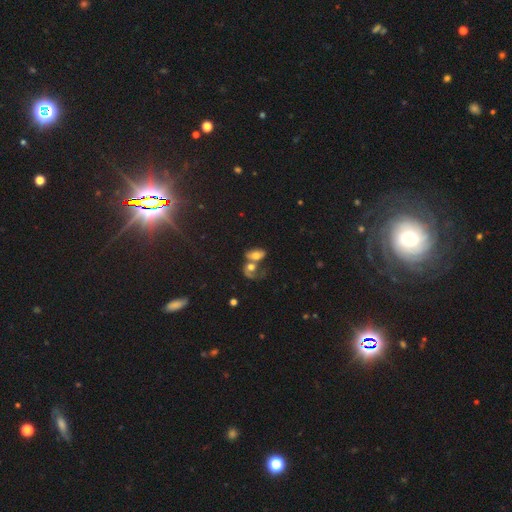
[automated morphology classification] smooth_or_featured: smooth (p=0.56) [alt: featured or disk p=0.33]
how_rounded: in between (p=0.84) [alt: round p=0.12]
merging: merger (p=0.67) [alt: none p=0.16]